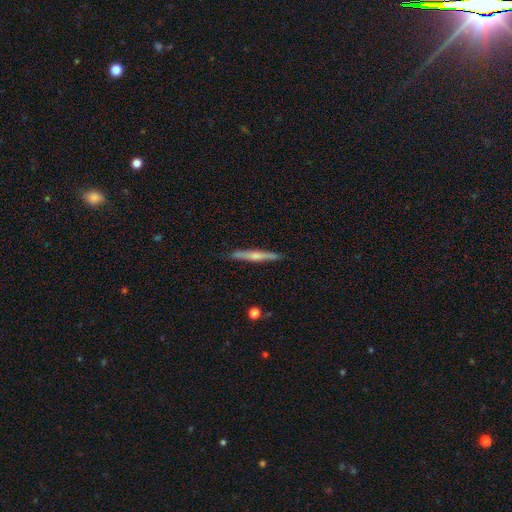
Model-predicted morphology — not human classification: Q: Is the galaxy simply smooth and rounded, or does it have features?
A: featured or disk — 53%.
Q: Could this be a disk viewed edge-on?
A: yes — 97%.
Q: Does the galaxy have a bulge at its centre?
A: rounded — 62%.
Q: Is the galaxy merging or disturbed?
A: none — 89%.